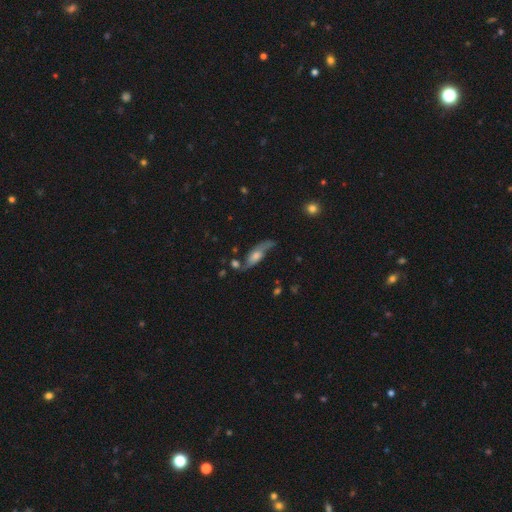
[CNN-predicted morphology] Smooth or featured? Predicted: featured or disk (p=0.71). Edge-on disk? Predicted: no (p=0.69). Merging? Predicted: none (p=0.63).